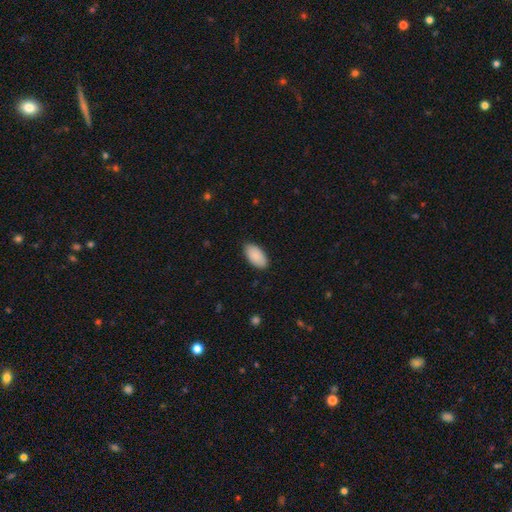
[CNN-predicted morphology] Smooth or featured: smooth — 89% (star or artifact — 6%)
How rounded: in between — 95% (cigar-shaped — 3%)
Merging: none — 85% (minor disturbance — 12%)